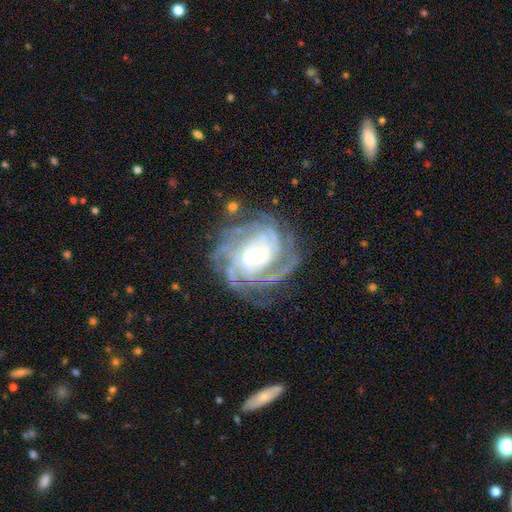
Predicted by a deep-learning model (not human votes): A featured or disk galaxy (90%) with a weak bar (44%), 4 (29%) tight (69%) spiral arms (98%) and a small central bulge (50%). Merging: none (74%).